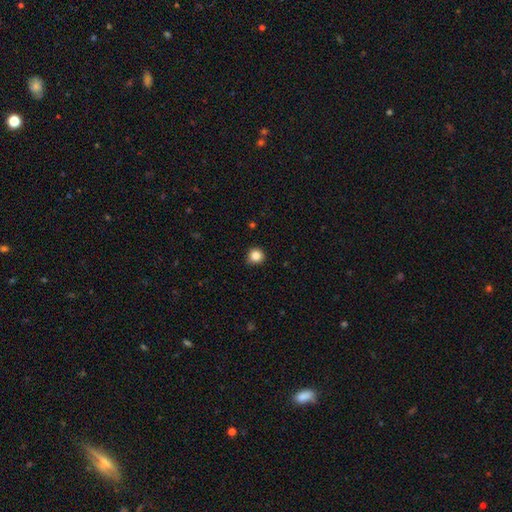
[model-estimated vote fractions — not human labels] The model was most divided on "smooth or featured": smooth: 86%, star or artifact: 11%, featured or disk: 3%. More confident: how rounded — round (93%); merging — none (88%).